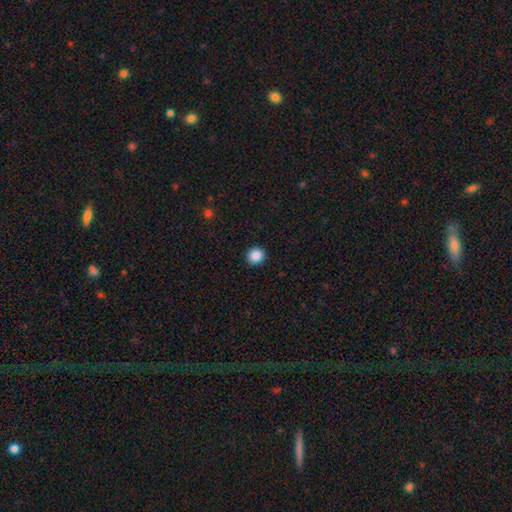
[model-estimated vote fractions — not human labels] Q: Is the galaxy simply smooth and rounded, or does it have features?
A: smooth — 87%.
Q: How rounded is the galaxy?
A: round — 89%.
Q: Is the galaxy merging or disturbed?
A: none — 93%.